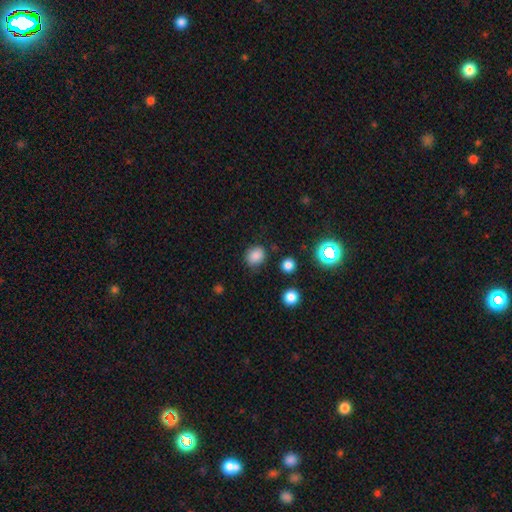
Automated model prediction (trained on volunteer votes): Smooth or featured: smooth — 83% (star or artifact — 13%)
How rounded: round — 64% (in between — 35%)
Merging: none — 81% (minor disturbance — 13%)